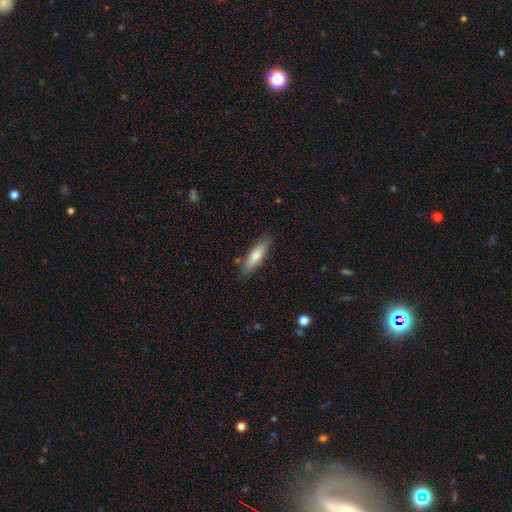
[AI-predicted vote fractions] smooth-or-featured: smooth: 73% | featured or disk: 21% | star or artifact: 6%
  how-rounded: cigar-shaped: 61% | in between: 37% | round: 2%
  merging: none: 83% | minor disturbance: 13% | major disturbance: 2% | merger: 2%